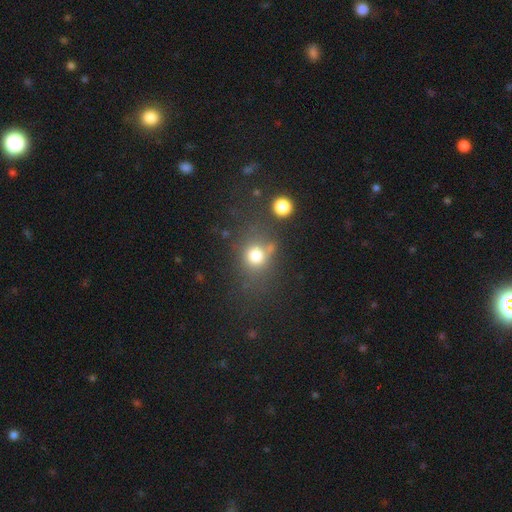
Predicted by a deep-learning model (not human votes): A smooth galaxy with no disk features (76%) that is round (74%).

Vote fractions:
- Smooth or featured? smooth: 76% / star or artifact: 15% / featured or disk: 9%
- How rounded? round: 74% / in between: 25% / cigar-shaped: 1%
- Merging? none: 61% / minor disturbance: 17% / merger: 11% / major disturbance: 11%